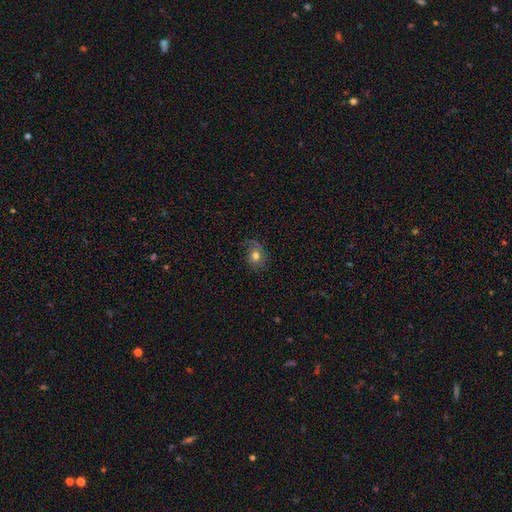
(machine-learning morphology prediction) The model was most divided on "how rounded": round: 60%, in between: 39%, cigar-shaped: 1%. More confident: merging — none (61%); smooth or featured — smooth (60%).